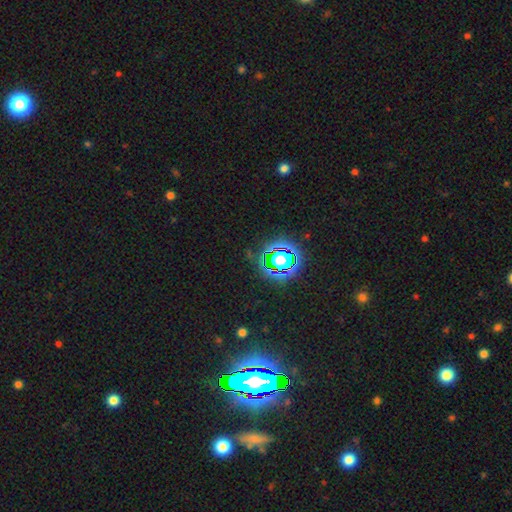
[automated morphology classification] A star or artifact, not a galaxy (79%).